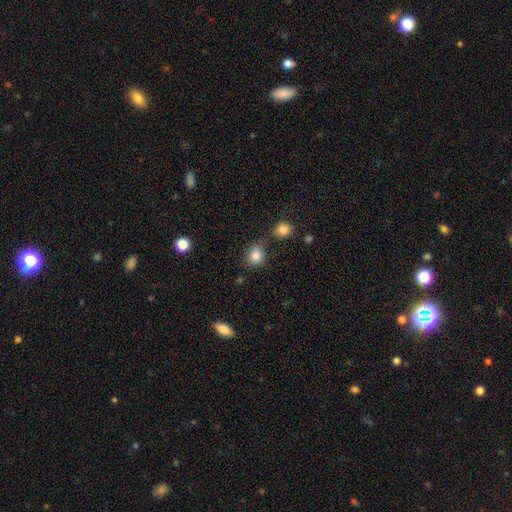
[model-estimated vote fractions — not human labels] smooth_or_featured: smooth (p=0.83) [alt: star or artifact p=0.11]
how_rounded: round (p=0.73) [alt: in between p=0.26]
merging: none (p=0.71) [alt: minor disturbance p=0.16]